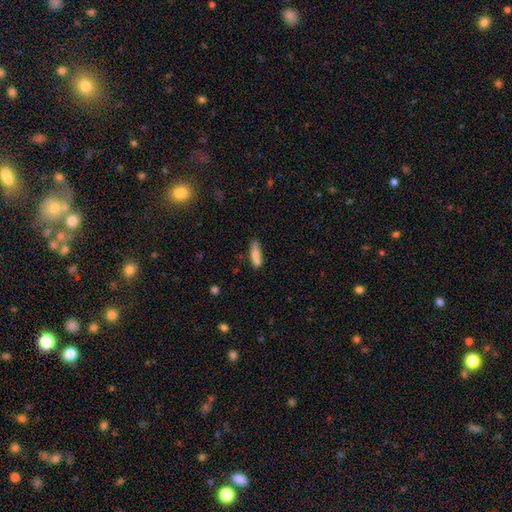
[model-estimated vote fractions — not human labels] Smooth or featured? Predicted: smooth (p=0.68). How rounded? Predicted: cigar-shaped (p=0.57). Merging? Predicted: none (p=0.64).